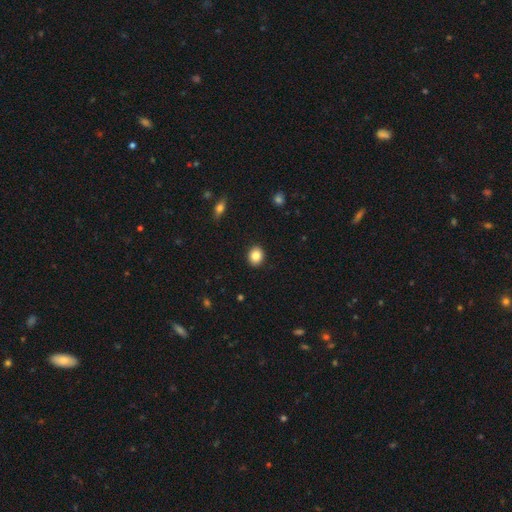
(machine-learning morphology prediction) Smooth or featured: smooth — 86% (star or artifact — 9%)
How rounded: round — 65% (in between — 34%)
Merging: none — 92% (minor disturbance — 6%)